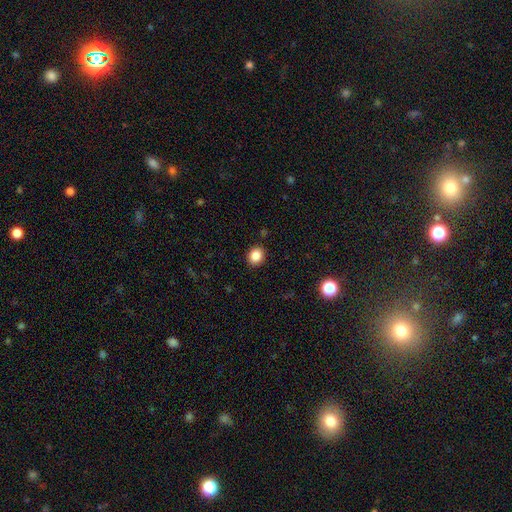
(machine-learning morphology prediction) type=smooth (85%); roundness=round (70%); merging=none (90%).